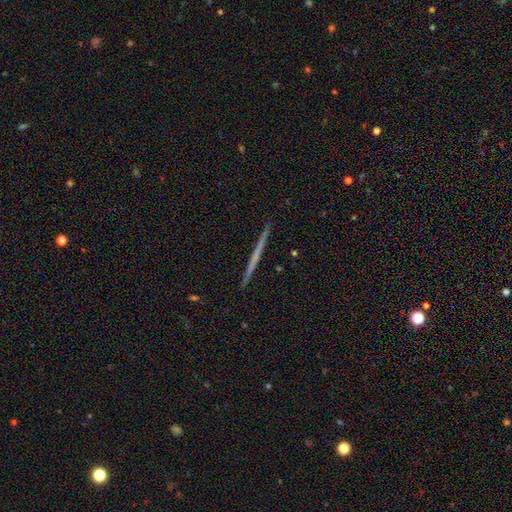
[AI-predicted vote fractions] A featured or disk galaxy (58%) viewed edge-on (98%) with no central bulge (89%).

Vote fractions:
- Smooth or featured? featured or disk: 58% / smooth: 35% / star or artifact: 7%
- Edge-on disk? yes: 98% / no: 2%
- Edge-on bulge? none: 89% / rounded: 8% / boxy: 3%
- Merging? none: 93% / minor disturbance: 5% / major disturbance: 1% / merger: 1%